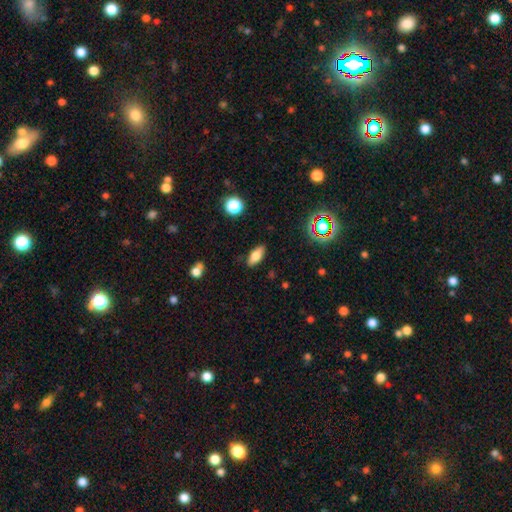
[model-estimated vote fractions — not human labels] A smooth galaxy with no disk features (72%) that is in between round and cigar-shaped (80%).

Vote fractions:
- Smooth or featured? smooth: 72% / featured or disk: 18% / star or artifact: 10%
- How rounded? in between: 80% / cigar-shaped: 16% / round: 4%
- Merging? none: 86% / minor disturbance: 10% / major disturbance: 2% / merger: 2%